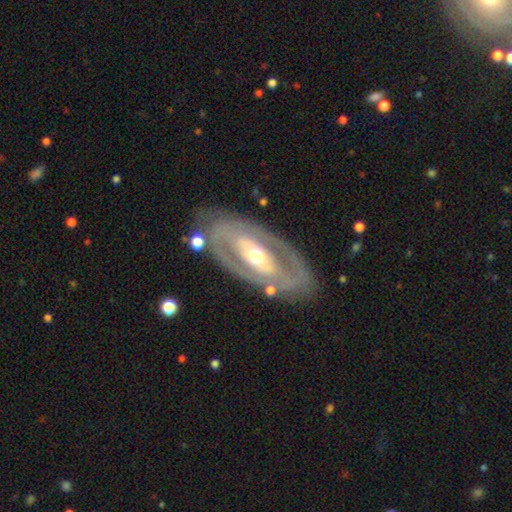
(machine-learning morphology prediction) featured or disk 79%, smooth 16%, star or artifact 4%. Down the decision tree: edge-on disk — no (90%); bar — no (50%); spiral arms — no (54%); bulge size — moderate (63%); merging — none (78%).